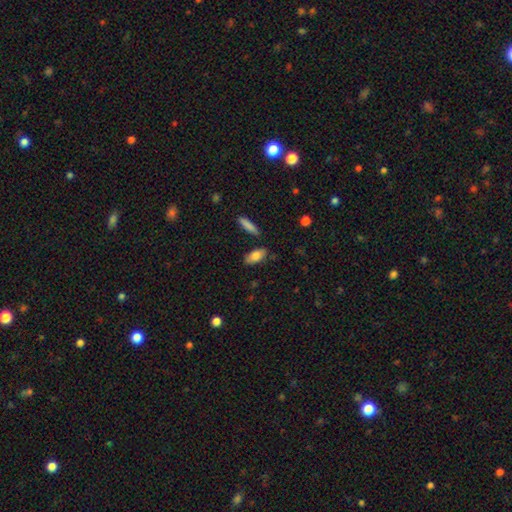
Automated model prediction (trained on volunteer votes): Morphology: type=smooth (79%); roundness=in between (82%); merging=none (80%).